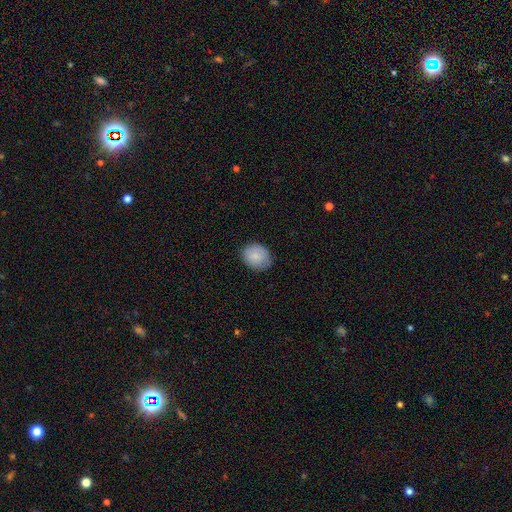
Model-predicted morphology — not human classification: Smooth or featured?
  - smooth: 85% *
  - featured or disk: 8%
  - star or artifact: 7%
How rounded?
  - round: 54% *
  - in between: 45%
  - cigar-shaped: 1%
Merging?
  - none: 80% *
  - minor disturbance: 16%
  - major disturbance: 3%
  - merger: 1%